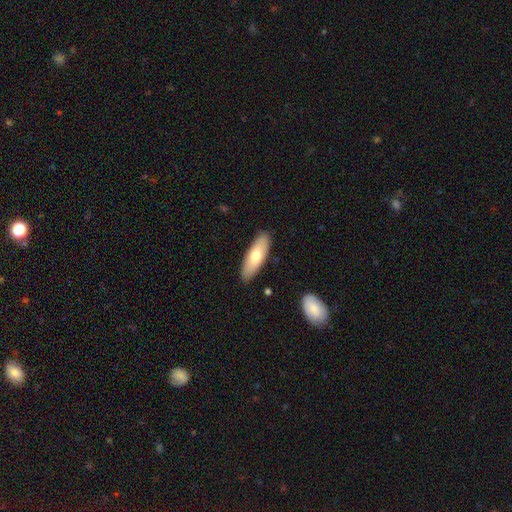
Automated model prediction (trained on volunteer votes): smooth 69%, featured or disk 25%, star or artifact 5%. Down the decision tree: how rounded — in between (59%); merging — none (88%).